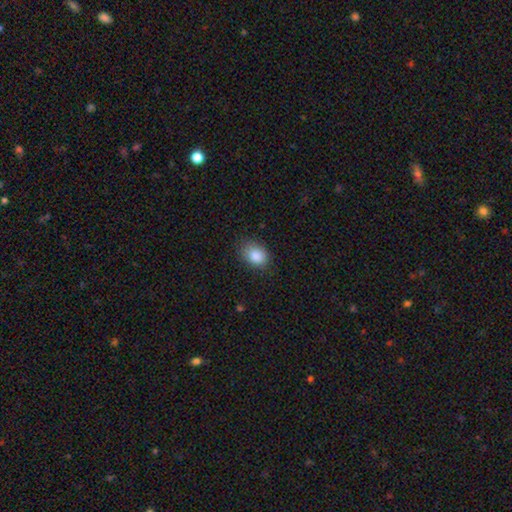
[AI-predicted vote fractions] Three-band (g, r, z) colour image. It shows a smooth galaxy with no disk features (87%) that is in between round and cigar-shaped (75%). Merging: none (77%).